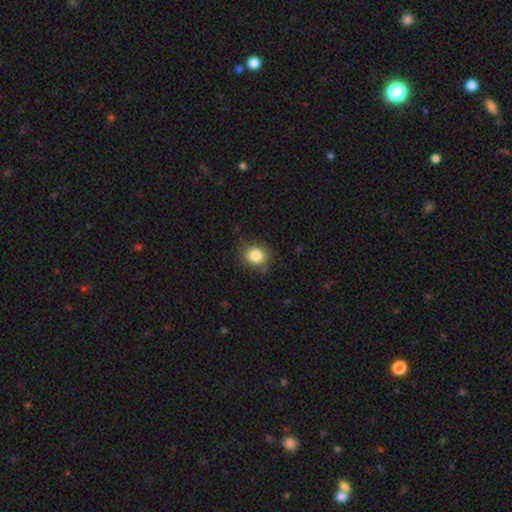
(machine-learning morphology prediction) Q: Smooth or featured?
A: smooth (84%); runner-up: star or artifact (10%)
Q: How rounded?
A: round (69%); runner-up: in between (30%)
Q: Merging?
A: none (84%); runner-up: minor disturbance (12%)